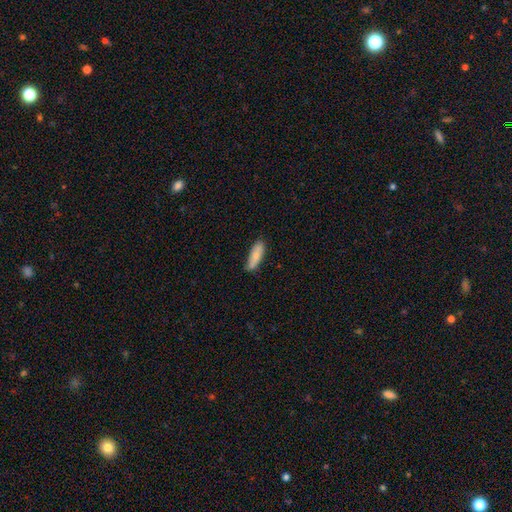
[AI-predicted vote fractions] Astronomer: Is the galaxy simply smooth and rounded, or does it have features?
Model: smooth — 78%.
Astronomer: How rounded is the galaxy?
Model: in between — 56% (runner-up: cigar-shaped, 42%).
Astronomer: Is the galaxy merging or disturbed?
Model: none — 75%.